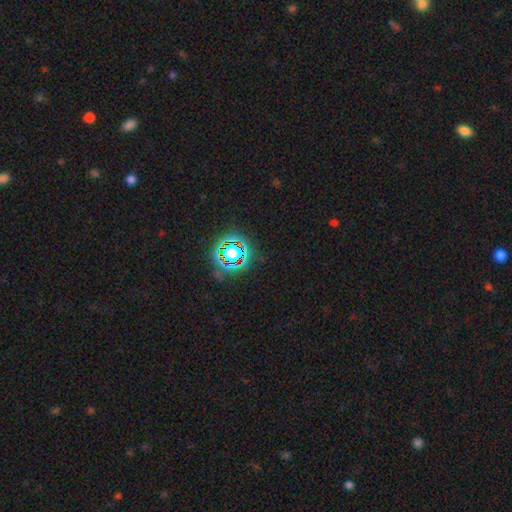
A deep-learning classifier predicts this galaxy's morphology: Smooth or featured?
  - star or artifact: 78% *
  - smooth: 14%
  - featured or disk: 8%